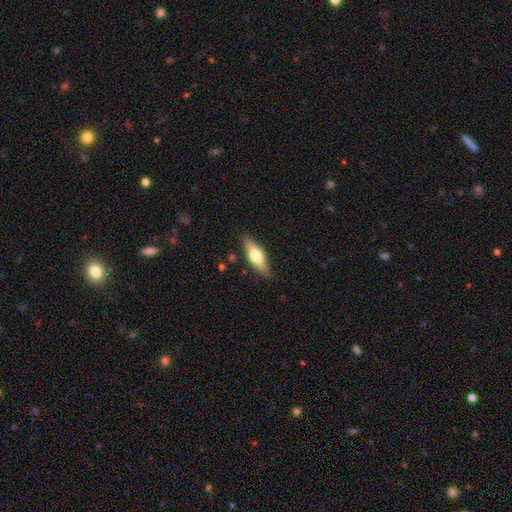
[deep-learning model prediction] The model was most divided on "smooth or featured": smooth: 51%, featured or disk: 42%, star or artifact: 6%. More confident: merging — none (85%); how rounded — in between (53%).